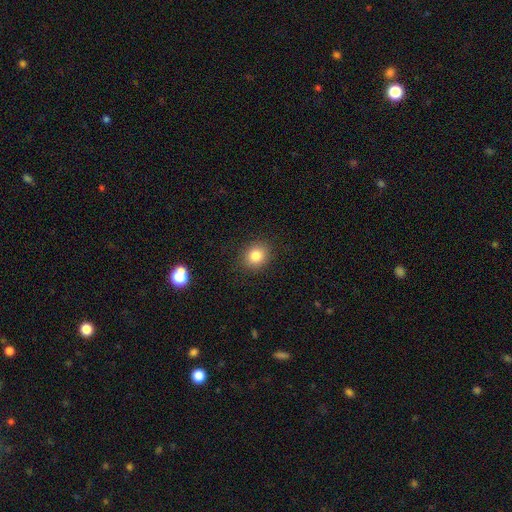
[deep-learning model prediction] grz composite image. It shows a smooth galaxy with no disk features (82%) that is round (70%). Merging: none (88%).